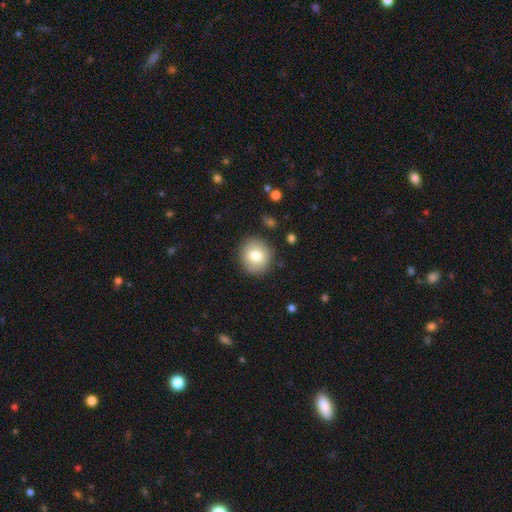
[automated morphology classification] smooth_or_featured: smooth (p=0.78) [alt: featured or disk p=0.14]
how_rounded: round (p=0.85) [alt: in between p=0.14]
merging: none (p=0.87) [alt: minor disturbance p=0.09]